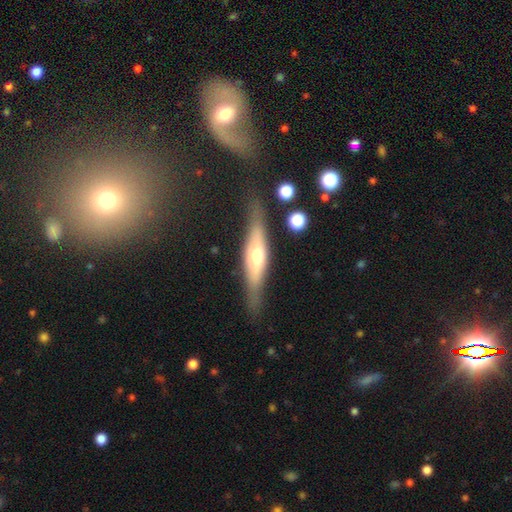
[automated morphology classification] smooth_or_featured: featured or disk (p=0.60) [alt: smooth p=0.33]
disk_edge_on: yes (p=0.89) [alt: no p=0.11]
edge_on_bulge: rounded (p=0.87) [alt: boxy p=0.08]
merging: none (p=0.79) [alt: minor disturbance p=0.14]